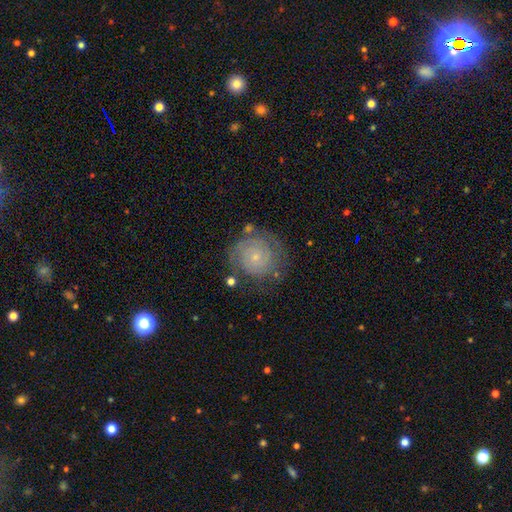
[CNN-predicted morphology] Overall: featured or disk (61%; smooth 29%). Edge-on disk: no (97%). Bar: no (82%). Spiral arms: yes (84%). Bulge size: small (80%). Merging: none (70%).